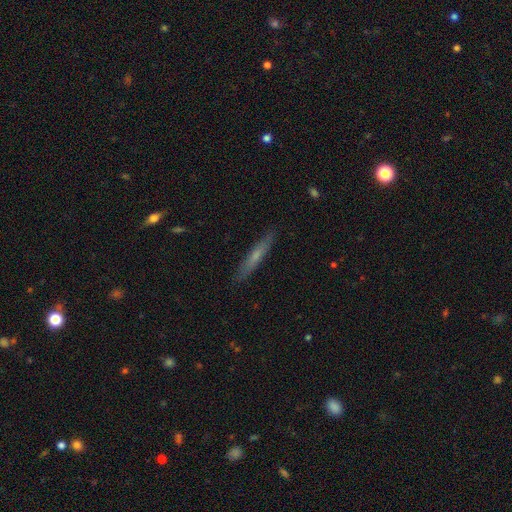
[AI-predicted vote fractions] Overall: smooth (52%; featured or disk 41%). How rounded: cigar-shaped (94%). Merging: none (89%).